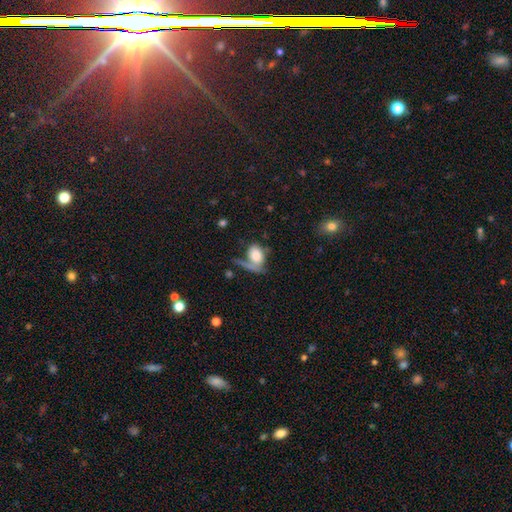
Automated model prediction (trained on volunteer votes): Smooth or featured? smooth (73%)
How rounded? in between (76%)
Merging? none (38%)